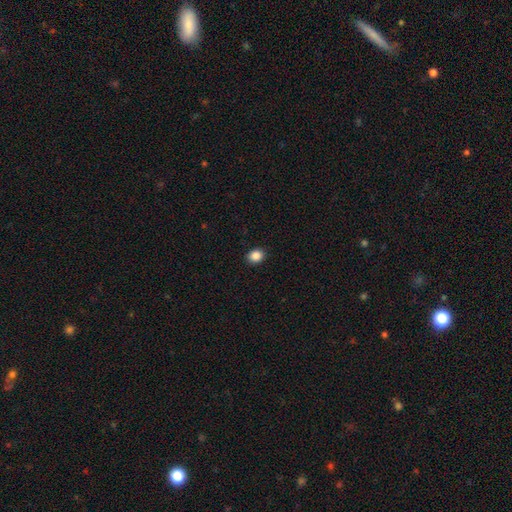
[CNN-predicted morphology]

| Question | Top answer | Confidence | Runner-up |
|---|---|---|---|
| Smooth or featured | smooth | 87% | star or artifact (10%) |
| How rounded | round | 56% | in between (44%) |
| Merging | none | 91% | minor disturbance (6%) |